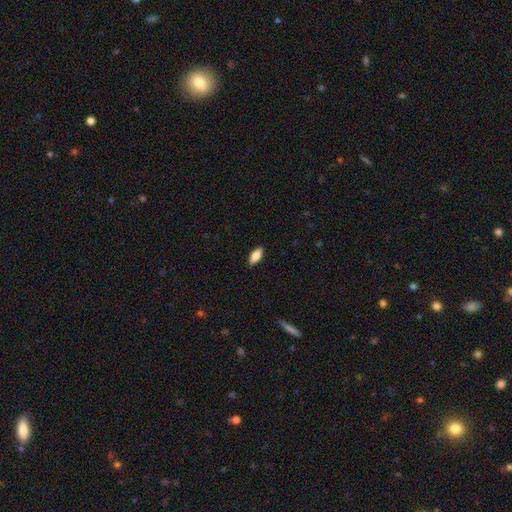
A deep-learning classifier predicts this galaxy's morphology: A smooth galaxy with no disk features (80%) that is in between round and cigar-shaped (81%).

Vote fractions:
- Smooth or featured? smooth: 80% / featured or disk: 14% / star or artifact: 7%
- How rounded? in between: 81% / cigar-shaped: 16% / round: 2%
- Merging? none: 89% / minor disturbance: 8% / major disturbance: 2% / merger: 1%